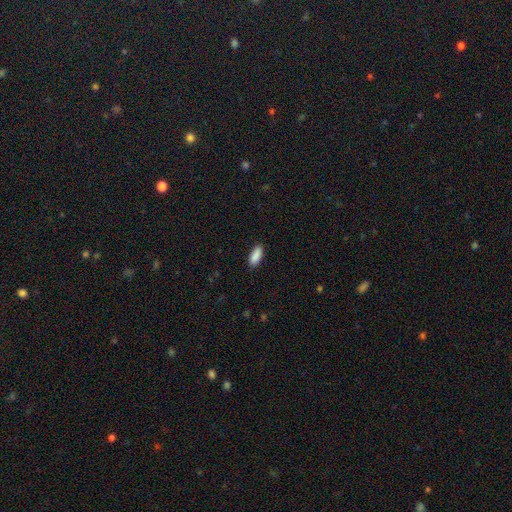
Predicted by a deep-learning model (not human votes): Smooth or featured? Predicted: smooth (p=0.90). How rounded? Predicted: in between (p=0.79). Merging? Predicted: none (p=0.89).